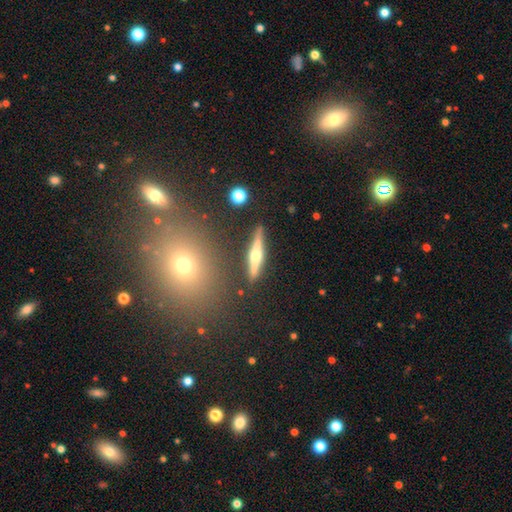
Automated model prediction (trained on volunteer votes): Smooth or featured?
  - featured or disk: 66% *
  - smooth: 27%
  - star or artifact: 7%
Edge-on disk?
  - yes: 95% *
  - no: 5%
Edge-on bulge?
  - rounded: 92% *
  - boxy: 5%
  - none: 4%
Merging?
  - none: 85% *
  - minor disturbance: 9%
  - merger: 3%
  - major disturbance: 3%